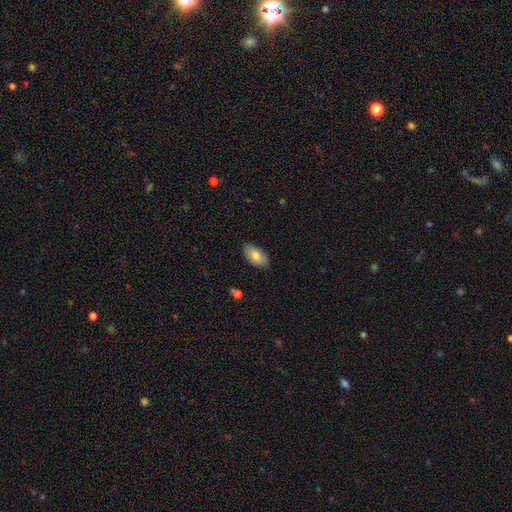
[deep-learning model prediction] Morphology: type=smooth (78%); roundness=in between (94%); merging=none (85%).